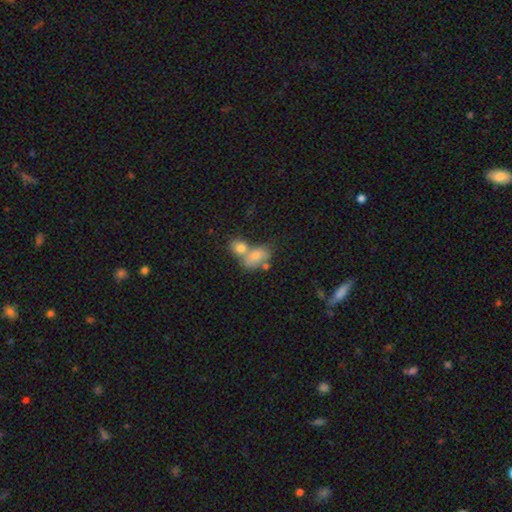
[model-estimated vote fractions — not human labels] Smooth or featured? Predicted: smooth (p=0.72). How rounded? Predicted: in between (p=0.76). Merging? Predicted: merger (p=0.64).